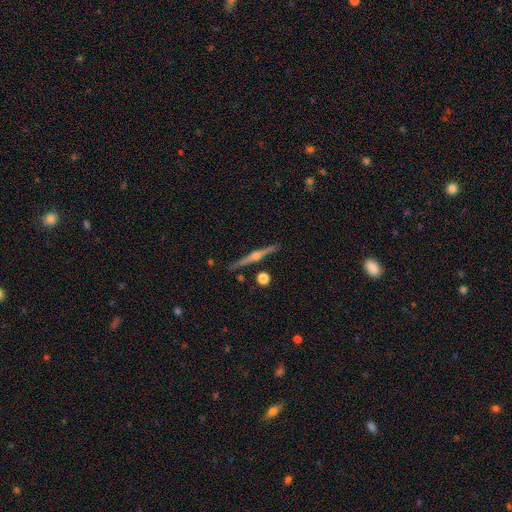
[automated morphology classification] A featured or disk galaxy (81%) viewed edge-on (98%) with a rounded central bulge (91%). Merging: none (89%).